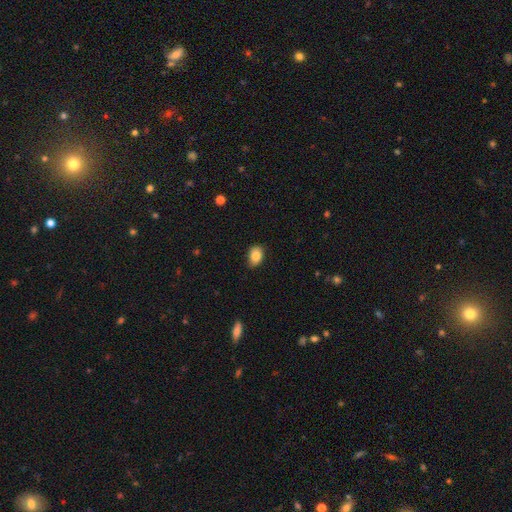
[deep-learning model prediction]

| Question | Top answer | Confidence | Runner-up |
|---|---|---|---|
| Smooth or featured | smooth | 85% | star or artifact (8%) |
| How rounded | in between | 80% | round (18%) |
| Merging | none | 81% | minor disturbance (15%) |